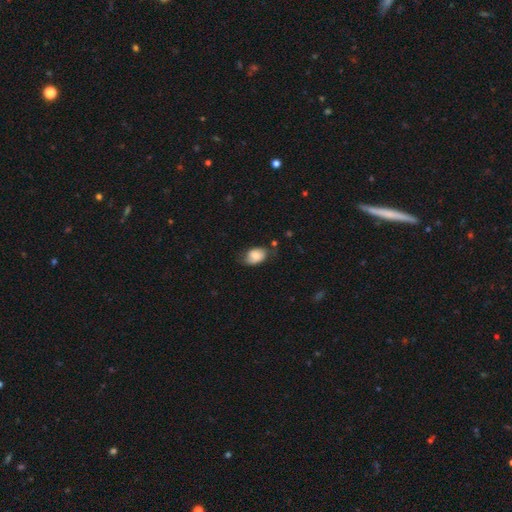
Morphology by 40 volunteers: smooth-or-featured: smooth: 72% | featured or disk: 20% | star or artifact: 8%
  how-rounded: in between: 90% | round: 10% | cigar-shaped: 0%
  merging: none: 70% | minor disturbance: 24% | major disturbance: 5% | merger: 0%